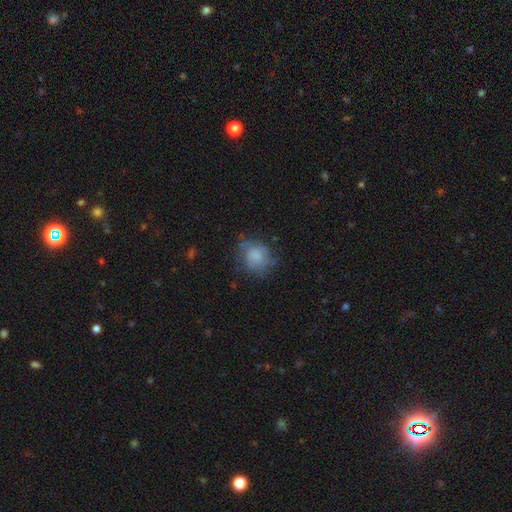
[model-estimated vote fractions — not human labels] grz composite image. It shows a smooth galaxy with no disk features (72%) that is round (71%). Merging: none (62%).